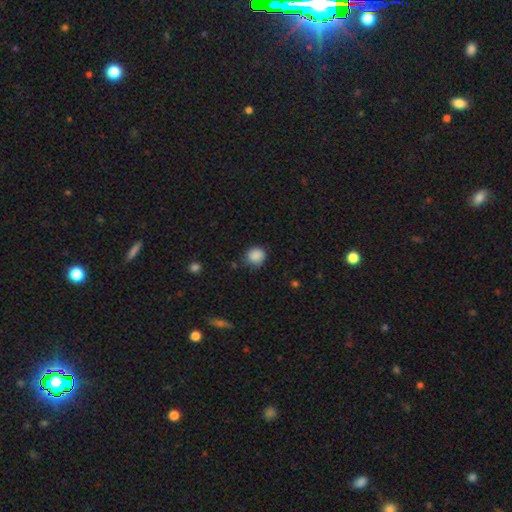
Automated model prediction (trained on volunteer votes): Overall: smooth (87%). How rounded: round (85%). Merging: none (73%).